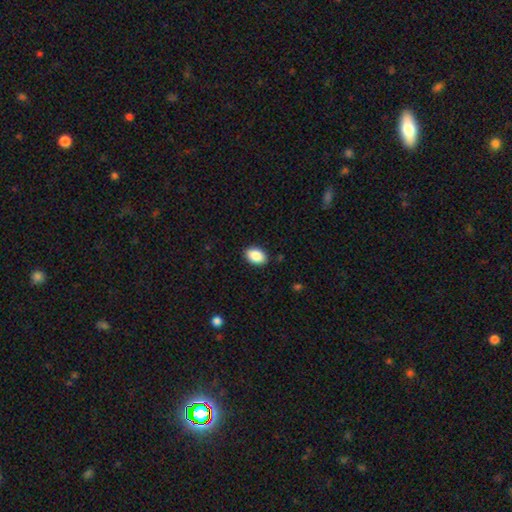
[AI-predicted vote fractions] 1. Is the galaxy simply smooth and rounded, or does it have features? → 88% smooth, 7% star or artifact, 4% featured or disk.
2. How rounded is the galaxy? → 87% in between, 12% round, 1% cigar-shaped.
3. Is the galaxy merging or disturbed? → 90% none, 7% minor disturbance, 2% major disturbance, 1% merger.